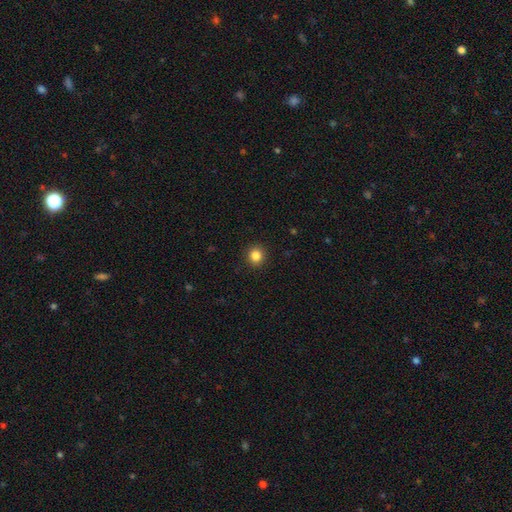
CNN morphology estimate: Smooth or featured: smooth — 84% (star or artifact — 11%)
How rounded: round — 90% (in between — 10%)
Merging: none — 92% (minor disturbance — 5%)